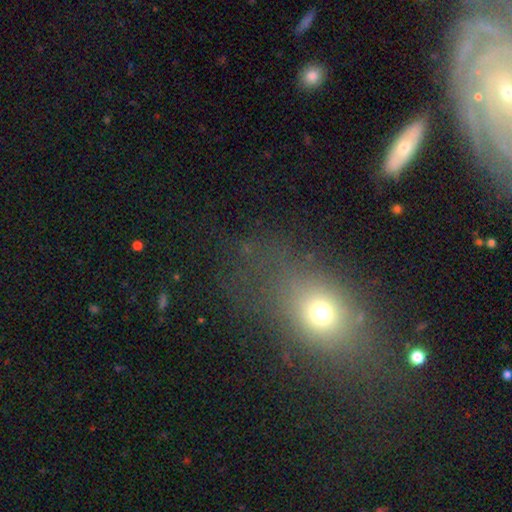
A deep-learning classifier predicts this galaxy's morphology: smooth-or-featured: smooth: 52% | star or artifact: 24% | featured or disk: 24%
  how-rounded: in between: 56% | round: 38% | cigar-shaped: 6%
  merging: none: 67% | minor disturbance: 17% | major disturbance: 11% | merger: 5%